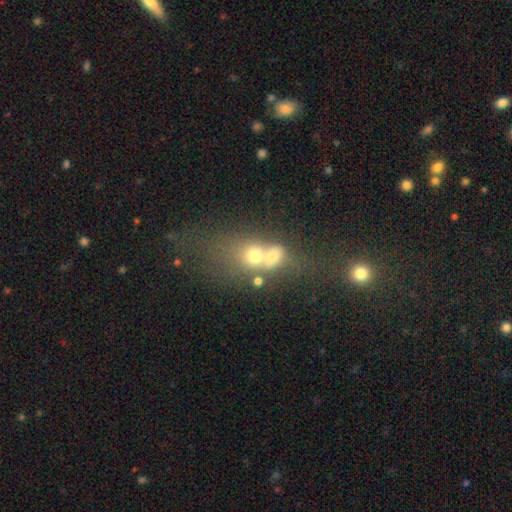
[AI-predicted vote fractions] smooth-or-featured: smooth: 54% | featured or disk: 29% | star or artifact: 17%
  how-rounded: round: 48% | in between: 47% | cigar-shaped: 5%
  merging: merger: 66% | none: 18% | major disturbance: 9% | minor disturbance: 7%